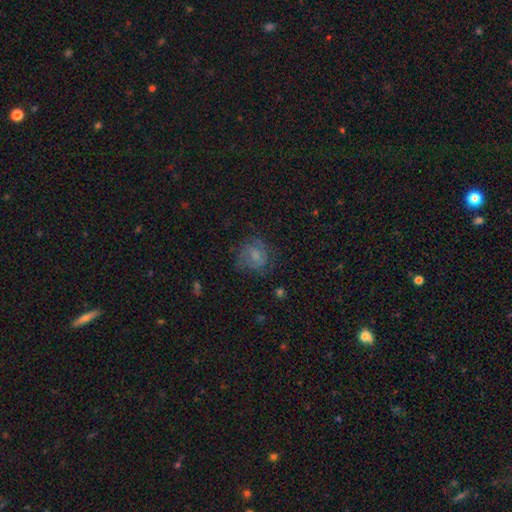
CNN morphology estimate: The model was most divided on "smooth or featured": smooth: 47%, featured or disk: 41%, star or artifact: 12%. More confident: merging — none (58%).